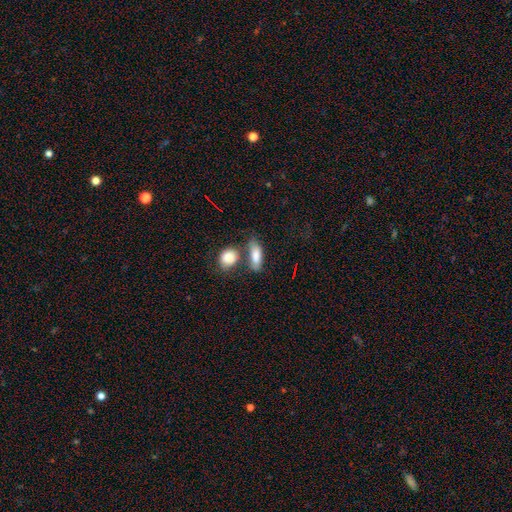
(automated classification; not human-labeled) smooth_or_featured: smooth (p=0.83) [alt: featured or disk p=0.10]
how_rounded: in between (p=0.72) [alt: cigar-shaped p=0.21]
merging: none (p=0.50) [alt: merger p=0.29]